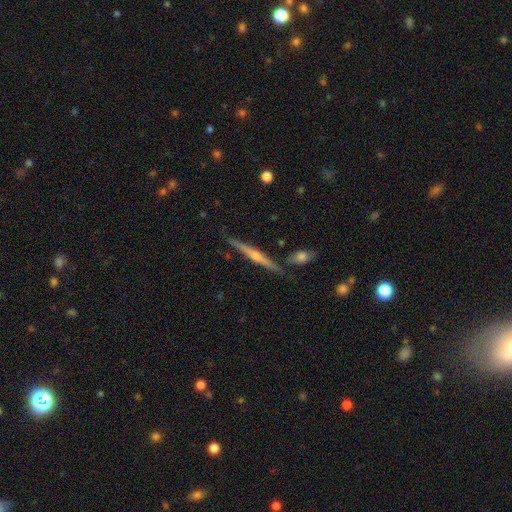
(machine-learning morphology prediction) Smooth or featured: featured or disk — 79% (smooth — 15%)
Edge-on disk: yes — 98% (no — 2%)
Edge-on bulge: rounded — 84% (none — 11%)
Merging: none — 86% (minor disturbance — 8%)